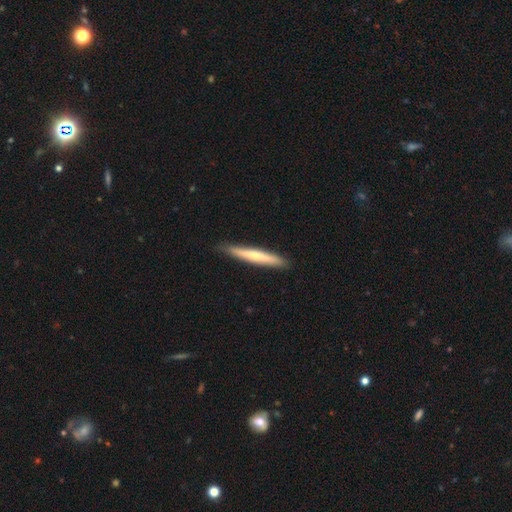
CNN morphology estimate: smooth-or-featured: smooth: 56% | featured or disk: 39% | star or artifact: 5%
  how-rounded: cigar-shaped: 95% | in between: 3% | round: 1%
  merging: none: 88% | minor disturbance: 10% | major disturbance: 2% | merger: 1%